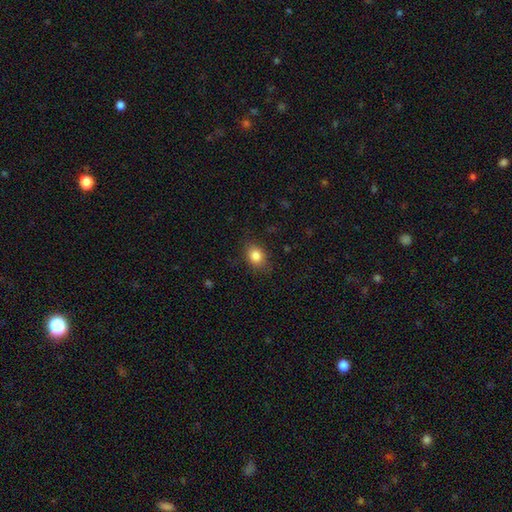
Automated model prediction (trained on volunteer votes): The model was most divided on "how rounded": in between: 60%, round: 39%, cigar-shaped: 1%. More confident: smooth or featured — smooth (84%); merging — none (81%).